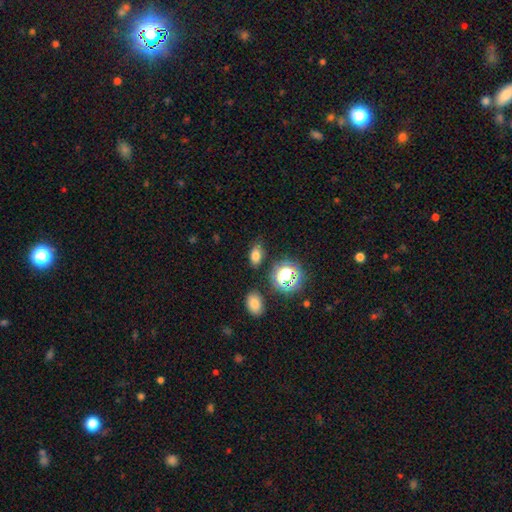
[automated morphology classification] Q: Smooth or featured?
A: smooth (72%); runner-up: star or artifact (19%)
Q: How rounded?
A: in between (83%); runner-up: round (15%)
Q: Merging?
A: none (79%); runner-up: minor disturbance (13%)